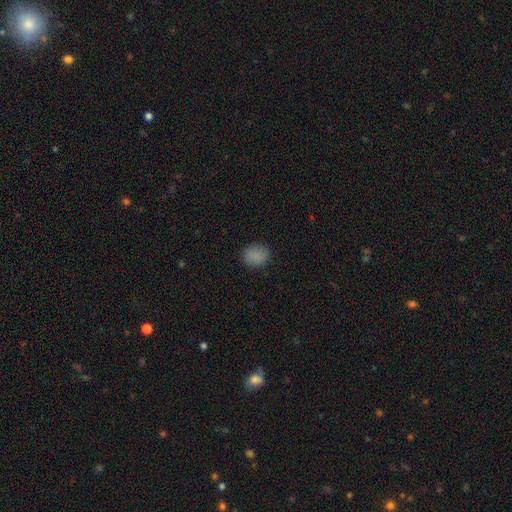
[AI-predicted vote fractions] Smooth or featured? smooth (85%)
How rounded? round (56%)
Merging? none (86%)